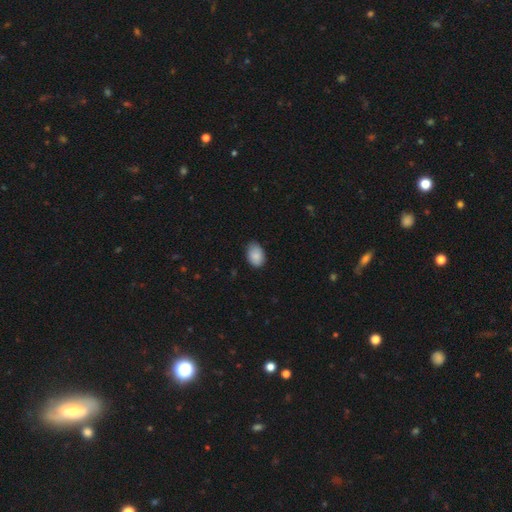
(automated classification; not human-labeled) The model was most divided on "merging": none: 73%, minor disturbance: 23%, major disturbance: 3%, merger: 1%. More confident: smooth or featured — smooth (87%); how rounded — in between (85%).